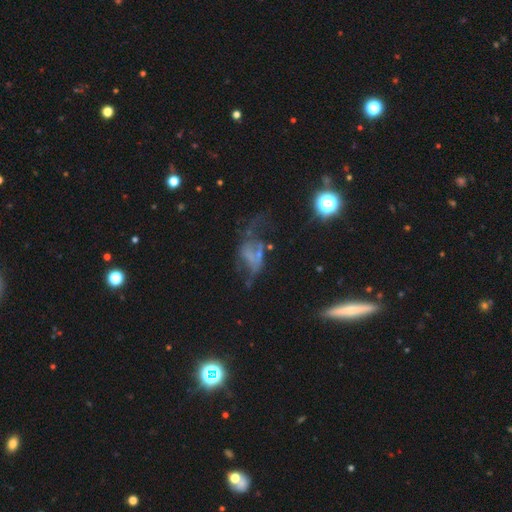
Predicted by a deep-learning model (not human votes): smooth_or_featured: featured or disk (p=0.53) [alt: smooth p=0.25]
disk_edge_on: no (p=0.93) [alt: yes p=0.07]
merging: major disturbance (p=0.45) [alt: none p=0.27]